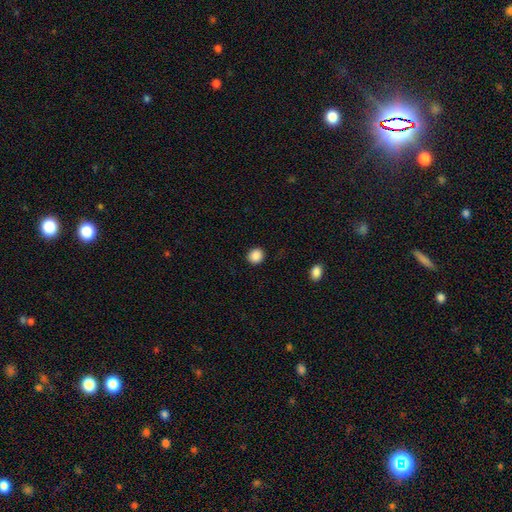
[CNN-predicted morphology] This appears to be a smooth galaxy with no disk features (88%) that is round (82%). Merging: none (91%).